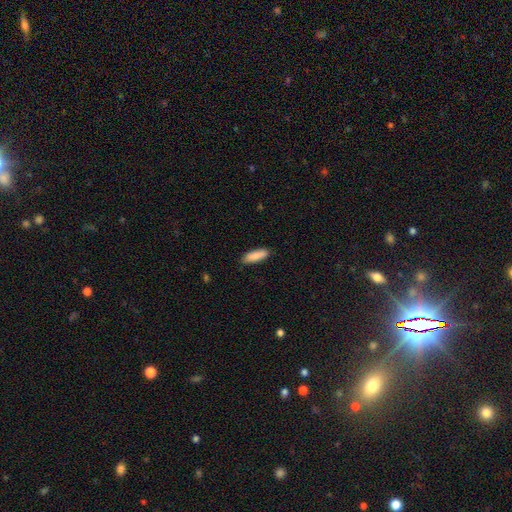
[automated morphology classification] Overall: smooth (86%). How rounded: in between (54%; cigar-shaped 44%). Merging: none (85%).